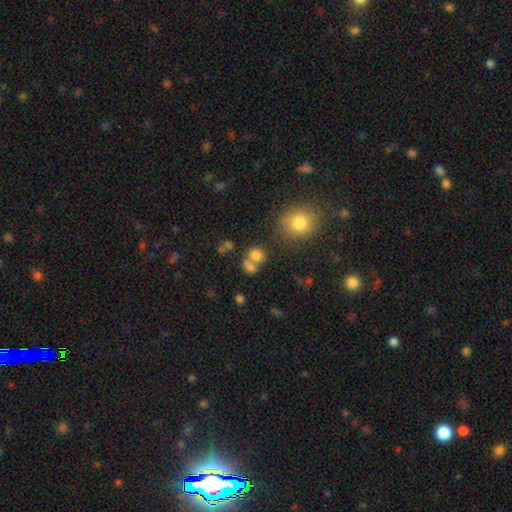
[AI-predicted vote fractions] Smooth or featured?
  - smooth: 74% *
  - star or artifact: 15%
  - featured or disk: 11%
How rounded?
  - round: 70% *
  - in between: 29%
  - cigar-shaped: 1%
Merging?
  - none: 43% * (tied)
  - merger: 43% * (tied)
  - minor disturbance: 9%
  - major disturbance: 5%